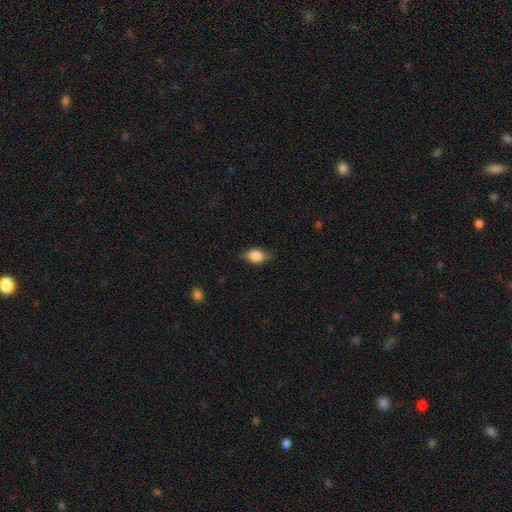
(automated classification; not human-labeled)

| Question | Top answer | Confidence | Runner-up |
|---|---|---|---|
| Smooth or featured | smooth | 78% | featured or disk (15%) |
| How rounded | in between | 78% | round (18%) |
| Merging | none | 73% | minor disturbance (21%) |